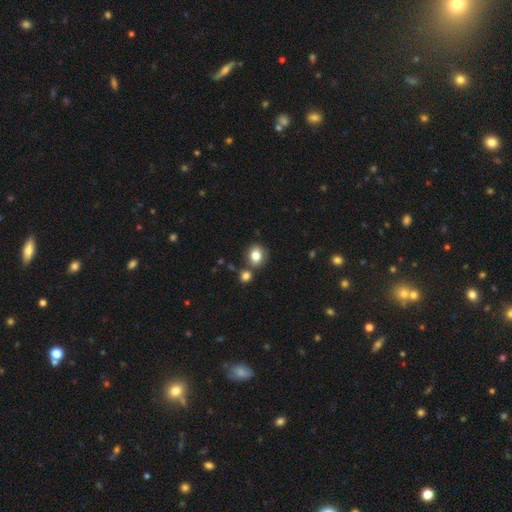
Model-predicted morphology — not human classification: type=smooth (81%); roundness=round (64%); merging=none (70%).